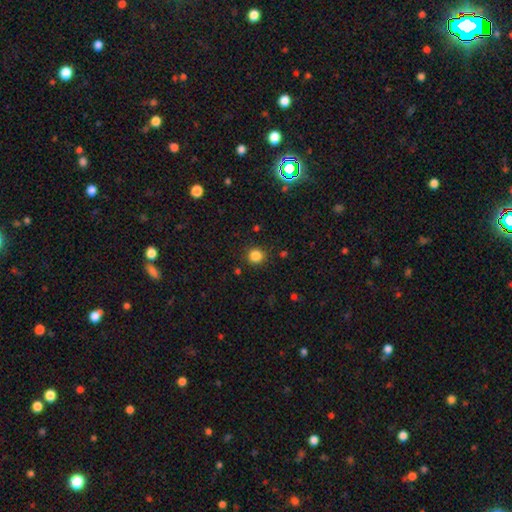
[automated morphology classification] smooth 84%, star or artifact 12%, featured or disk 4%. Down the decision tree: how rounded — round (92%); merging — none (89%).